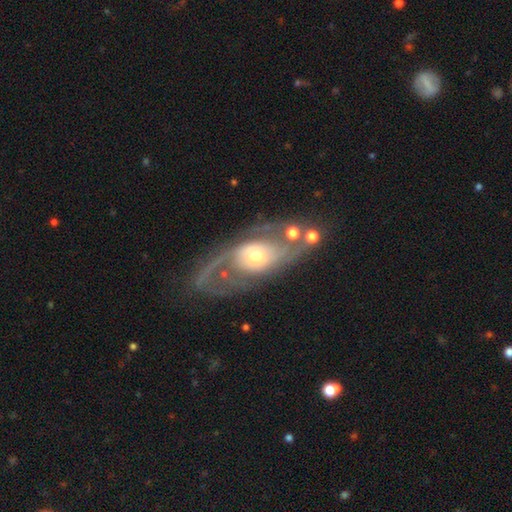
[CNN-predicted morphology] Smooth or featured?
  - featured or disk: 83% *
  - smooth: 11%
  - star or artifact: 6%
Edge-on disk?
  - no: 93% *
  - yes: 7%
Bar?
  - no: 66% *
  - weak: 25%
  - strong: 9%
Spiral arms?
  - yes: 87% *
  - no: 13%
Spiral winding?
  - medium: 42% *
  - loose: 35%
  - tight: 23%
Spiral arm count?
  - 2: 81% *
  - can't tell: 9%
  - 1: 4%
  - 3: 3%
  - 4: 2%
  - more than 4: 2%
Bulge size?
  - moderate: 59% *
  - small: 29%
  - large: 9%
  - dominant: 2%
  - none: 1%
Merging?
  - none: 60% *
  - minor disturbance: 17%
  - major disturbance: 15%
  - merger: 7%